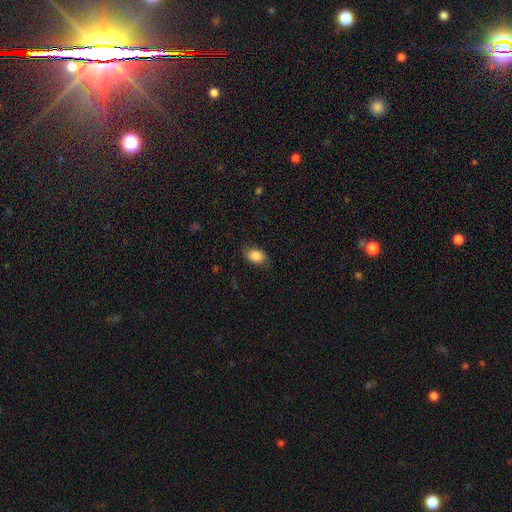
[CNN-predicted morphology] smooth 86%, star or artifact 8%, featured or disk 6%. Down the decision tree: how rounded — in between (84%); merging — none (82%).